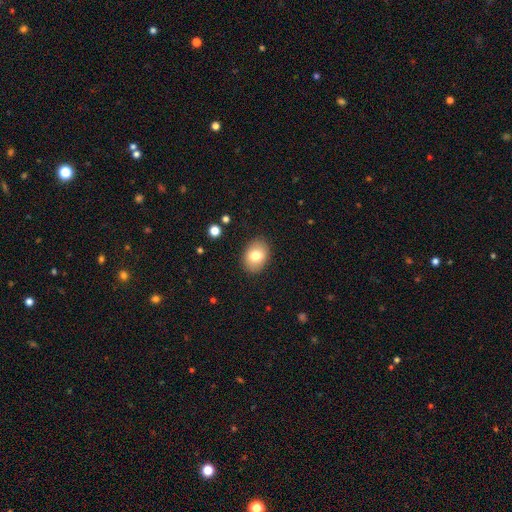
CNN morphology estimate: The model was most divided on "how rounded": in between: 70%, round: 29%, cigar-shaped: 1%. More confident: merging — none (88%); smooth or featured — smooth (78%).